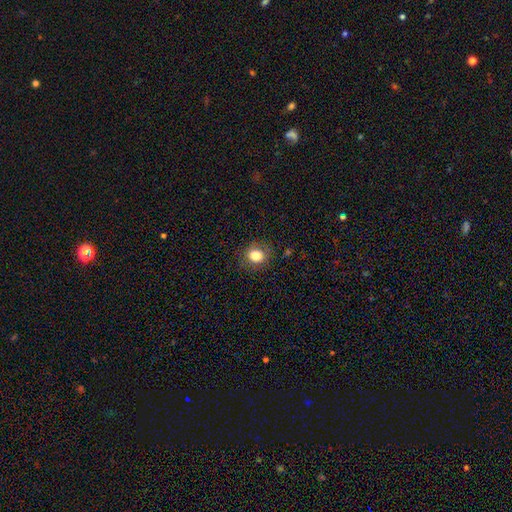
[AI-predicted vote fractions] This appears to be a smooth galaxy with no disk features (81%) that is round (73%). Merging: none (84%).